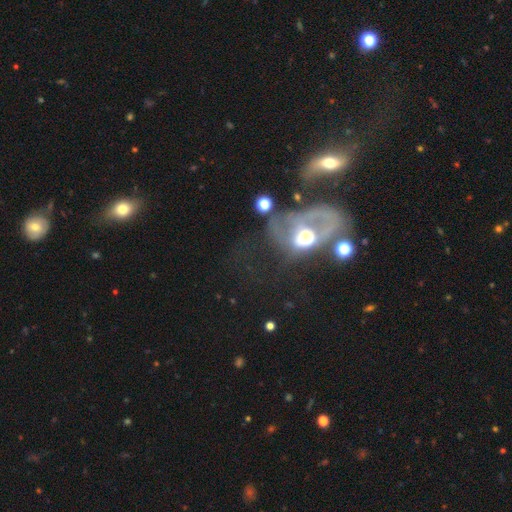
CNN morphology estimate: Q: Smooth or featured?
A: featured or disk (59%); runner-up: smooth (24%)
Q: Edge-on disk?
A: no (93%); runner-up: yes (7%)
Q: Bar?
A: no (74%); runner-up: weak (18%)
Q: Spiral arms?
A: yes (51%); runner-up: no (49%)
Q: Bulge size?
A: moderate (55%); runner-up: large (18%)
Q: Merging?
A: merger (50%); runner-up: major disturbance (23%)